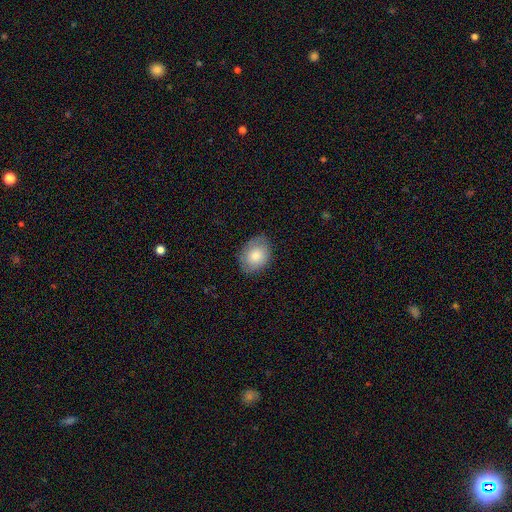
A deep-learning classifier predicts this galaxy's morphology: smooth_or_featured: smooth (p=0.78) [alt: featured or disk p=0.15]
how_rounded: in between (p=0.64) [alt: round p=0.35]
merging: none (p=0.76) [alt: minor disturbance p=0.19]